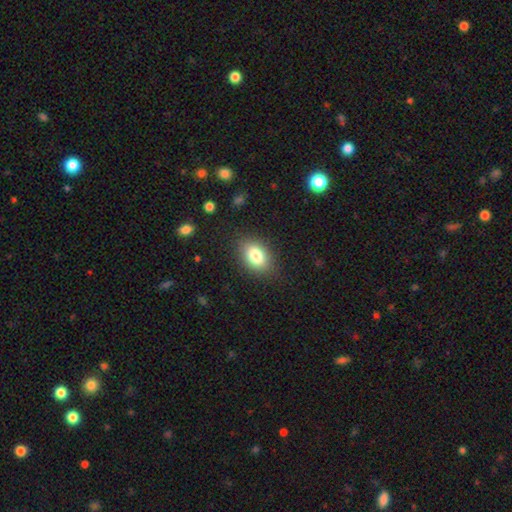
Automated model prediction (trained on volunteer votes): A smooth galaxy with no disk features (81%) that is in between round and cigar-shaped (83%). Merging: none (85%).